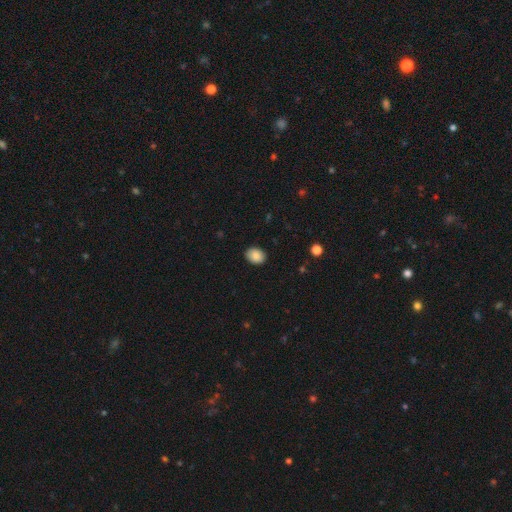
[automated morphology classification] smooth-or-featured: smooth: 88% | star or artifact: 8% | featured or disk: 4%
  how-rounded: in between: 64% | round: 35% | cigar-shaped: 1%
  merging: none: 89% | minor disturbance: 9% | major disturbance: 2% | merger: 1%